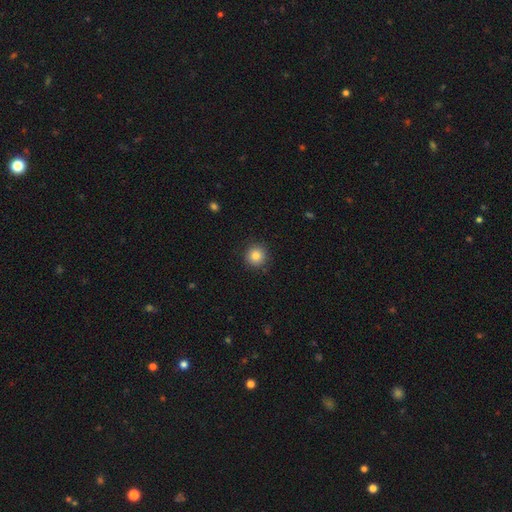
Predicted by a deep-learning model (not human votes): smooth-or-featured: smooth: 83% | star or artifact: 10% | featured or disk: 7%
  how-rounded: round: 95% | in between: 4% | cigar-shaped: 1%
  merging: none: 91% | minor disturbance: 6% | major disturbance: 2% | merger: 1%